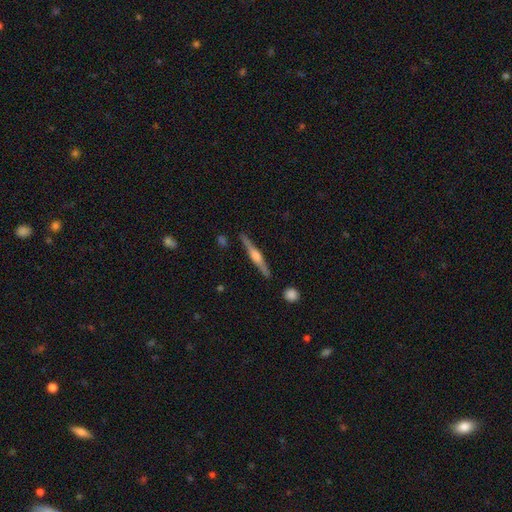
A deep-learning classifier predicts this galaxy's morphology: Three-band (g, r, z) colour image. It shows a featured or disk galaxy (78%) viewed edge-on (98%) with a rounded central bulge (86%). Merging: none (90%).